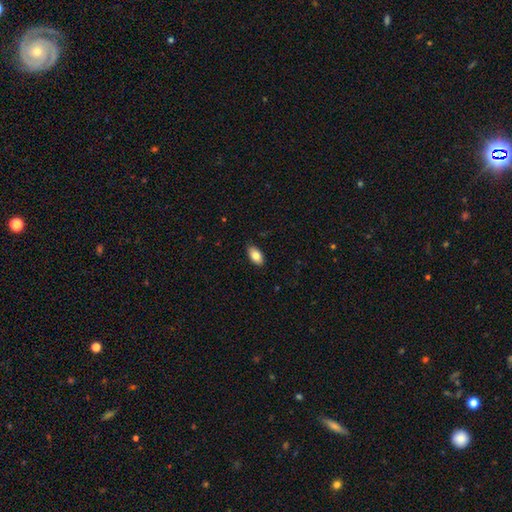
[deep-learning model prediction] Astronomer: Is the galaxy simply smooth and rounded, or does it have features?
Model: smooth — 82%.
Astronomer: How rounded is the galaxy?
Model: in between — 93%.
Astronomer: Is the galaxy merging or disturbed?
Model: none — 87%.